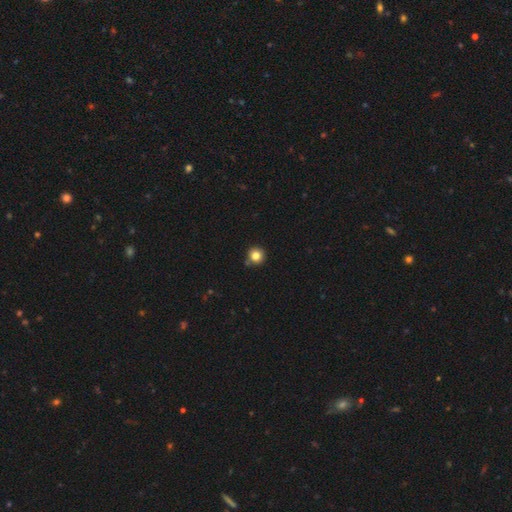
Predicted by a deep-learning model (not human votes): smooth_or_featured: smooth (p=0.82) [alt: star or artifact p=0.12]
how_rounded: round (p=0.95) [alt: in between p=0.04]
merging: none (p=0.85) [alt: minor disturbance p=0.08]